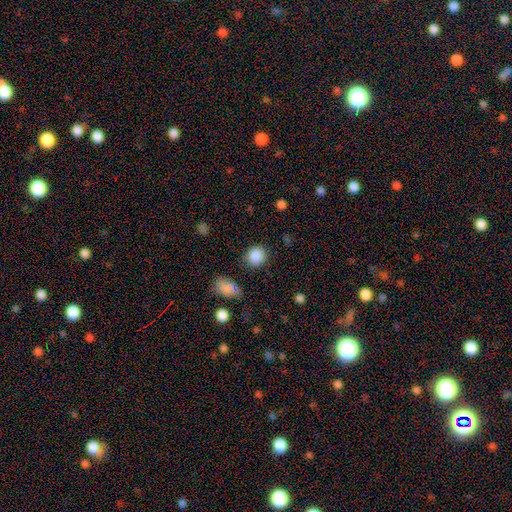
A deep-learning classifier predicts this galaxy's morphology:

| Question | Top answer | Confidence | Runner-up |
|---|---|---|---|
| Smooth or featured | smooth | 86% | star or artifact (10%) |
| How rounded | round | 87% | in between (12%) |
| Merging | none | 85% | minor disturbance (10%) |